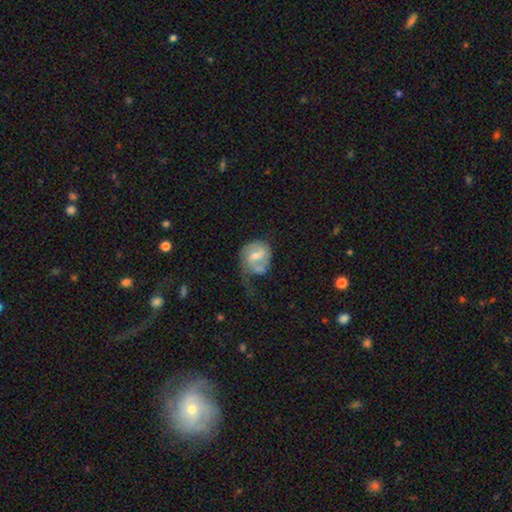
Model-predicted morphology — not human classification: Smooth or featured? featured or disk (70%)
Edge-on disk? no (98%)
Bar? weak (55%)
Spiral arms? yes (86%)
Spiral winding? medium (42%)
Spiral arm count? 2 (60%)
Bulge size? moderate (50%)
Merging? none (34%)